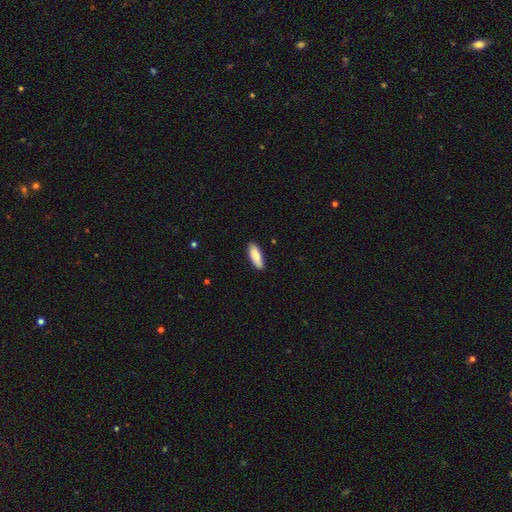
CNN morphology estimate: Q: Smooth or featured?
A: smooth (88%); runner-up: featured or disk (7%)
Q: How rounded?
A: in between (62%); runner-up: cigar-shaped (37%)
Q: Merging?
A: none (87%); runner-up: minor disturbance (10%)